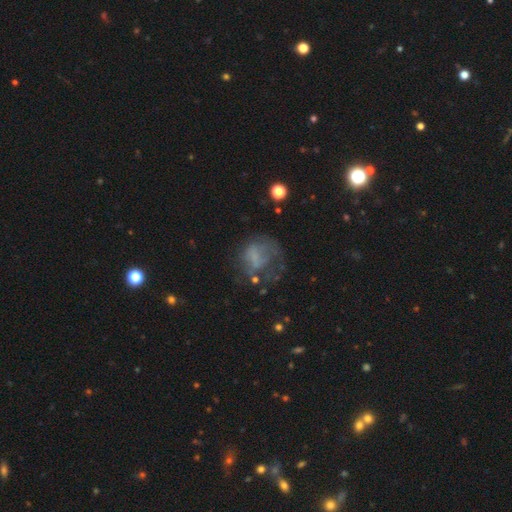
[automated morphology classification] Overall: smooth (43%; featured or disk 41%). Merging: major disturbance (37%, tied with none).